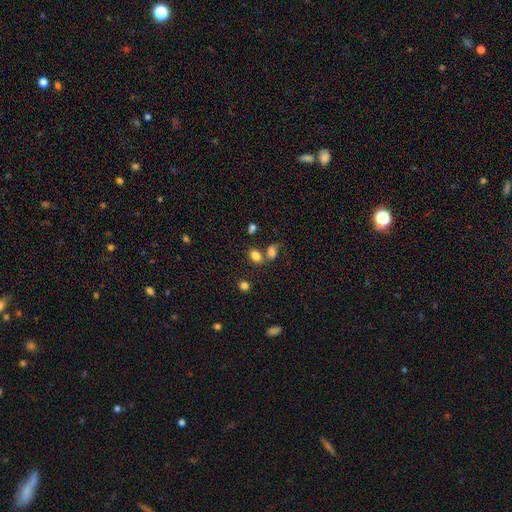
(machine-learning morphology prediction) Smooth or featured?
  - smooth: 81% *
  - star or artifact: 12%
  - featured or disk: 7%
How rounded?
  - in between: 75% *
  - round: 24%
  - cigar-shaped: 2%
Merging?
  - none: 55% *
  - merger: 28%
  - minor disturbance: 12%
  - major disturbance: 5%